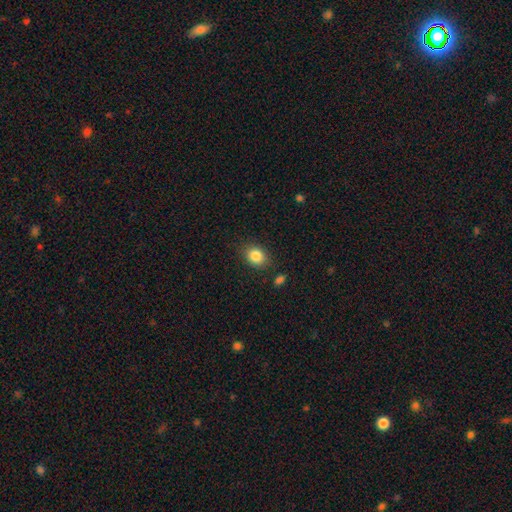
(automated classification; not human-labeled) Smooth or featured: smooth — 85% (star or artifact — 9%)
How rounded: in between — 50% (round — 49%)
Merging: none — 83% (minor disturbance — 11%)